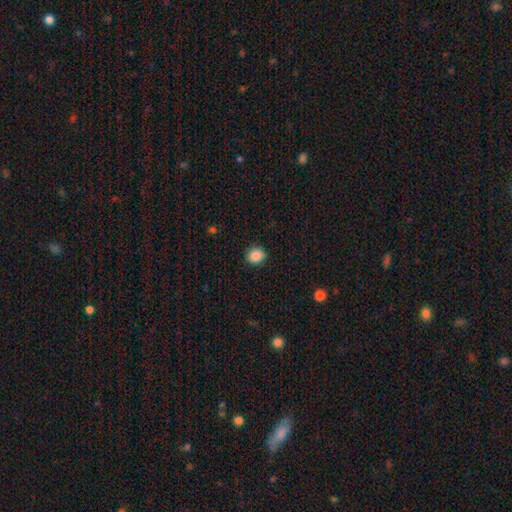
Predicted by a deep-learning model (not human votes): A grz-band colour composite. It shows a smooth galaxy with no disk features (86%) that is round (75%). Merging: none (88%).